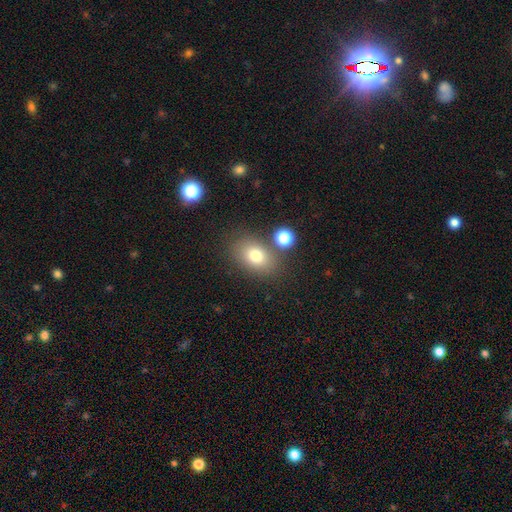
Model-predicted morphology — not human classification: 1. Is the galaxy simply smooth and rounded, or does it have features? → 77% smooth, 12% featured or disk, 11% star or artifact.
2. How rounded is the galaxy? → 76% in between, 23% round, 1% cigar-shaped.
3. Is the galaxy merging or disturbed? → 73% none, 12% minor disturbance, 11% merger, 4% major disturbance.